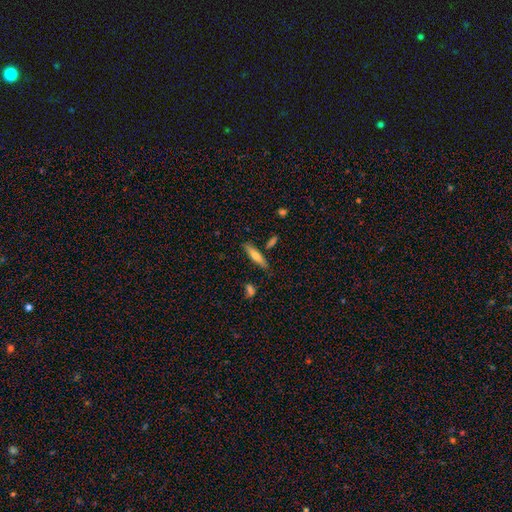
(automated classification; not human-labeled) Morphology: type=smooth (58%); roundness=cigar-shaped (79%); merging=none (81%).